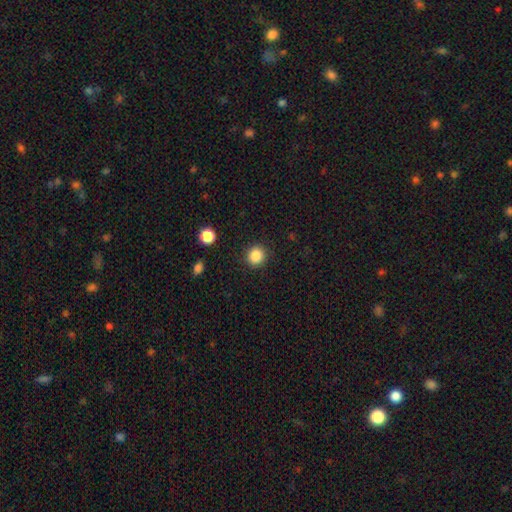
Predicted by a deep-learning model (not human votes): smooth 86%, star or artifact 10%, featured or disk 4%. Down the decision tree: how rounded — round (87%); merging — none (90%).